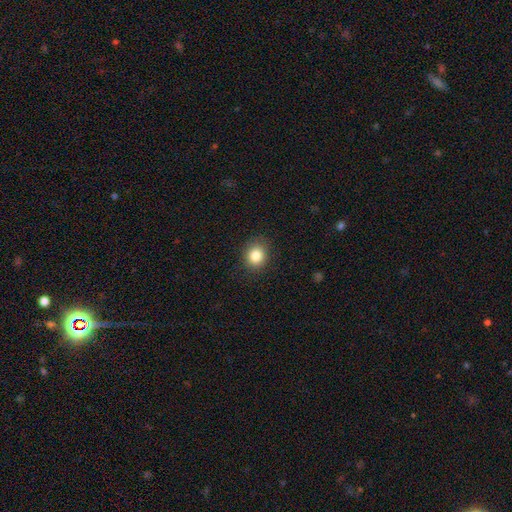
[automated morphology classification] smooth_or_featured: smooth (p=0.84) [alt: star or artifact p=0.10]
how_rounded: round (p=0.73) [alt: in between p=0.26]
merging: none (p=0.87) [alt: minor disturbance p=0.09]